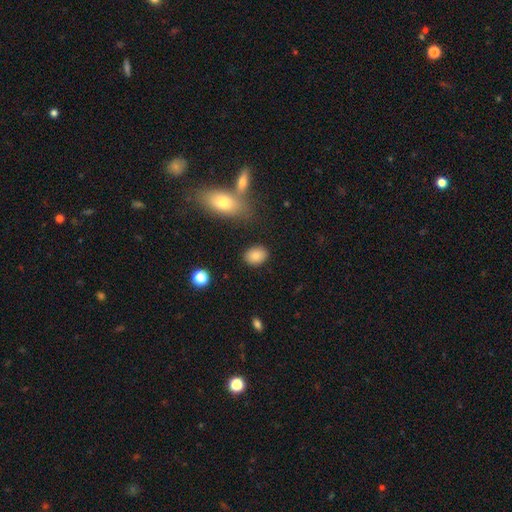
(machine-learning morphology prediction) This appears to be a smooth galaxy with no disk features (84%) that is in between round and cigar-shaped (71%). Merging: none (86%).